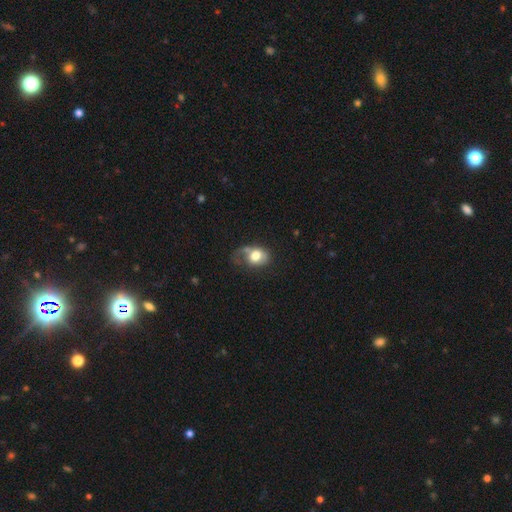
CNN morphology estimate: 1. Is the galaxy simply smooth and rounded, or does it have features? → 64% smooth, 28% featured or disk, 8% star or artifact.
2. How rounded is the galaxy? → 62% in between, 37% round, 1% cigar-shaped.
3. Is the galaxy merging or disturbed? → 39% major disturbance, 28% none, 25% minor disturbance, 7% merger.